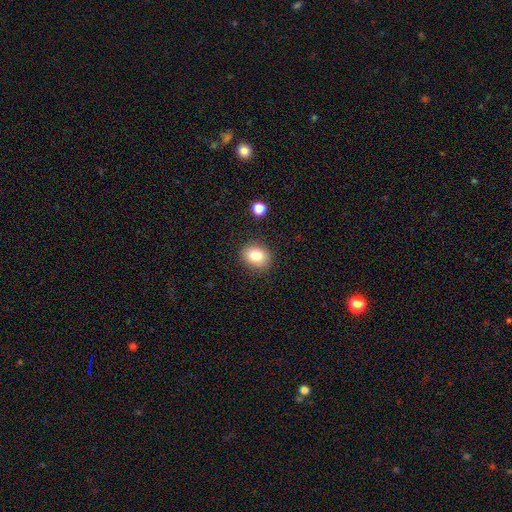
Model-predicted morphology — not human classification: This appears to be a smooth galaxy with no disk features (81%) that is round (55%). Merging: none (87%).